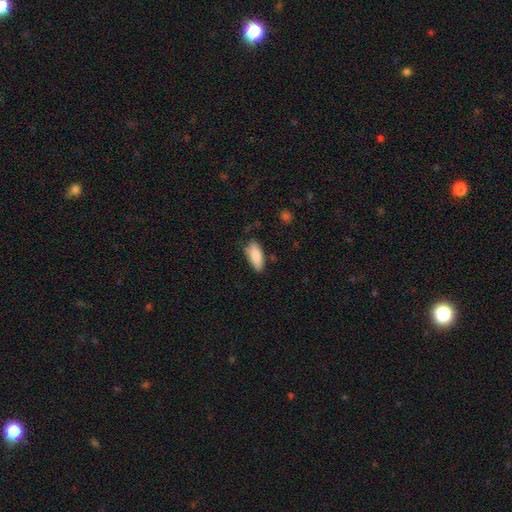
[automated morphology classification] This appears to be a smooth galaxy with no disk features (85%) that is in between round and cigar-shaped (79%). Merging: none (70%).